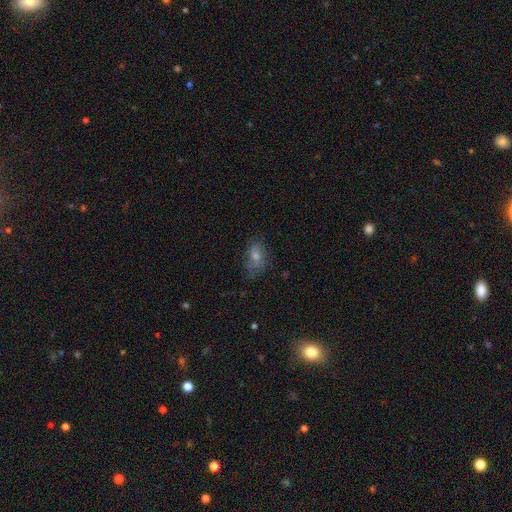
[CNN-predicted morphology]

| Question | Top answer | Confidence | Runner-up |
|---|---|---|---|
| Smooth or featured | smooth | 51% | featured or disk (29%) |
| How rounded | in between | 80% | round (16%) |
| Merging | none | 62% | minor disturbance (24%) |